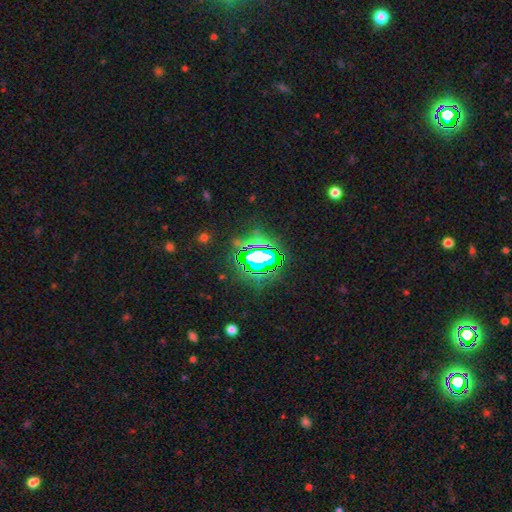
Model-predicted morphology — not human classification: Smooth or featured: star or artifact — 75% (smooth — 13%)